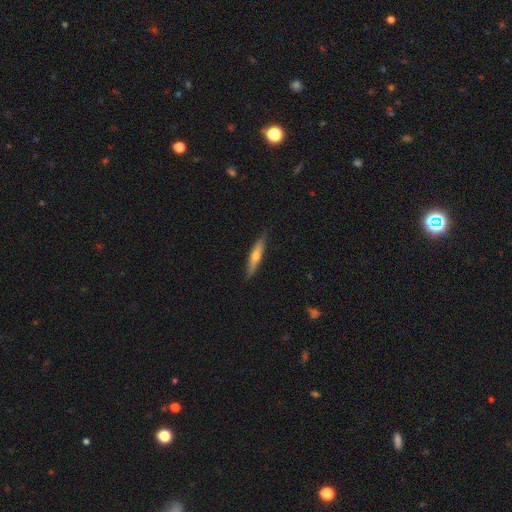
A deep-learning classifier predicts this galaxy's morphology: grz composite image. It shows a featured or disk galaxy (49%). Merging: none (87%).